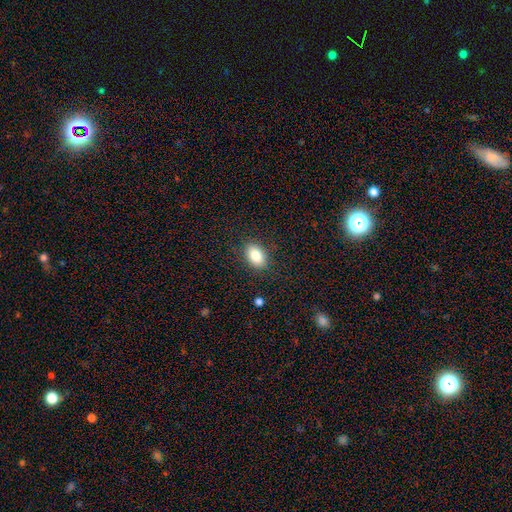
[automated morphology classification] Smooth or featured? smooth (85%)
How rounded? in between (87%)
Merging? none (86%)